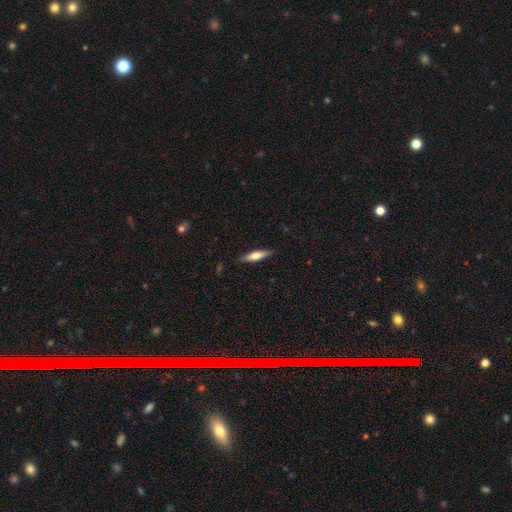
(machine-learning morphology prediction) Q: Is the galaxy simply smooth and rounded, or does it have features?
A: smooth — 57%.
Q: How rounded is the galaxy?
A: cigar-shaped — 71%.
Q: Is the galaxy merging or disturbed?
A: none — 87%.